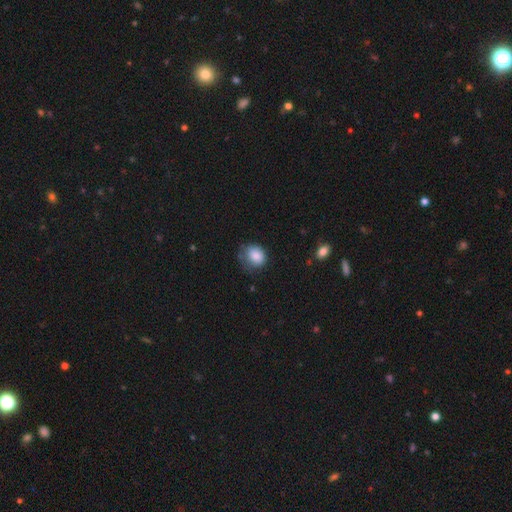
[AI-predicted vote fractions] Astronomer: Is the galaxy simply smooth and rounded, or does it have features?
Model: smooth — 83%.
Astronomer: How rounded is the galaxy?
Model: round — 58% (runner-up: in between, 41%).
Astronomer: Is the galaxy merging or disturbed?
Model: none — 50% (runner-up: minor disturbance, 34%).